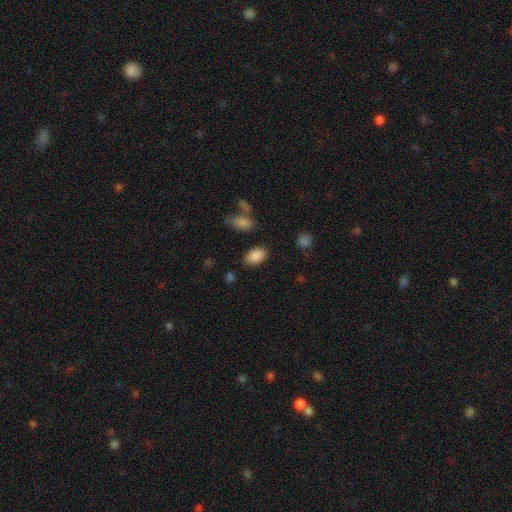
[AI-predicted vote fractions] Q: Smooth or featured?
A: smooth (88%); runner-up: star or artifact (8%)
Q: How rounded?
A: in between (92%); runner-up: round (6%)
Q: Merging?
A: none (83%); runner-up: minor disturbance (11%)